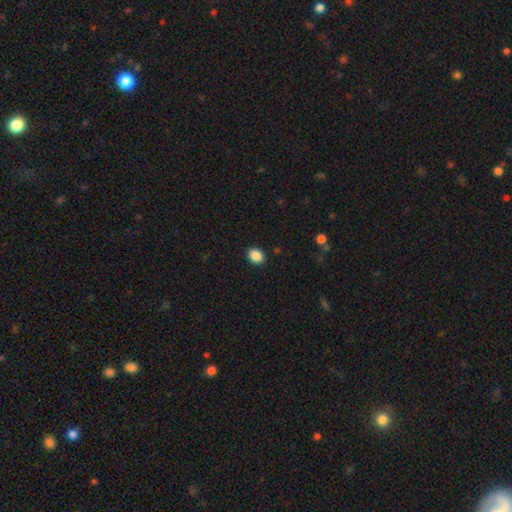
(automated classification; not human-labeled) A smooth galaxy with no disk features (88%) that is in between round and cigar-shaped (56%). Merging: none (90%).